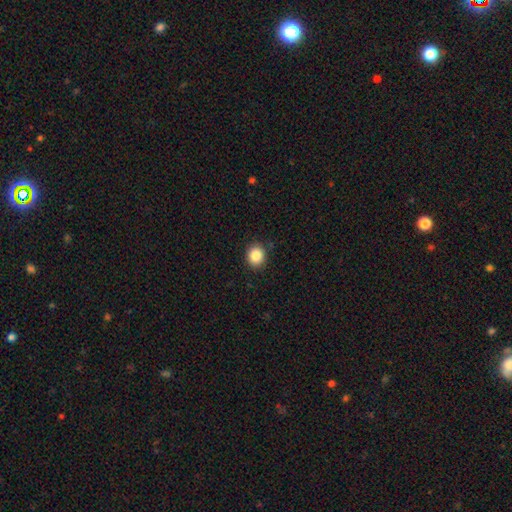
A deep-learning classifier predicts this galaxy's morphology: A smooth galaxy with no disk features (86%) that is round (82%).

Vote fractions:
- Smooth or featured? smooth: 86% / star or artifact: 10% / featured or disk: 4%
- How rounded? round: 82% / in between: 17% / cigar-shaped: 1%
- Merging? none: 89% / minor disturbance: 8% / major disturbance: 2% / merger: 1%